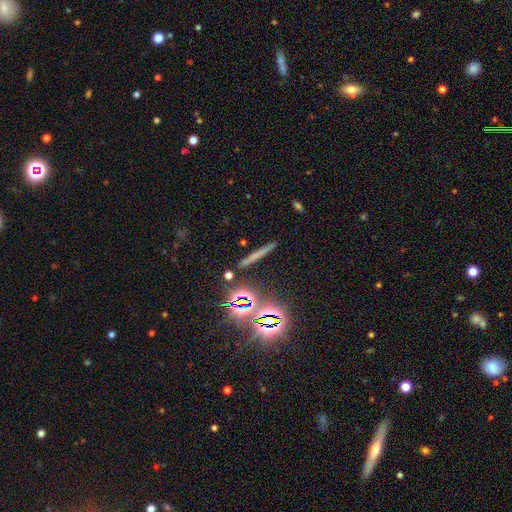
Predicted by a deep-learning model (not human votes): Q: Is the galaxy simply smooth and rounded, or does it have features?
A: smooth — 45%.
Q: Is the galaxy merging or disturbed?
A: none — 87%.